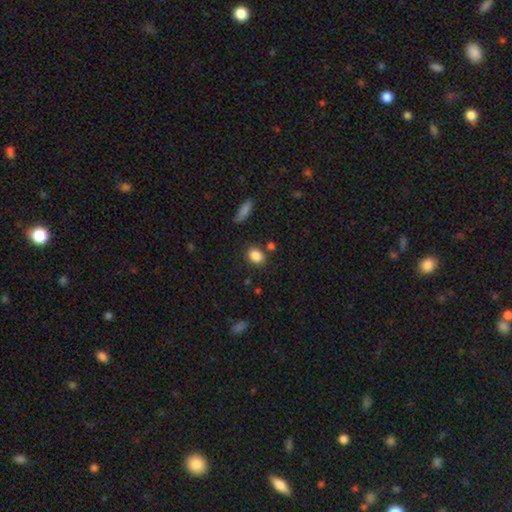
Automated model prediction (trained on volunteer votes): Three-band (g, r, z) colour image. It shows a smooth galaxy with no disk features (86%) that is in between round and cigar-shaped (63%). Merging: none (79%).